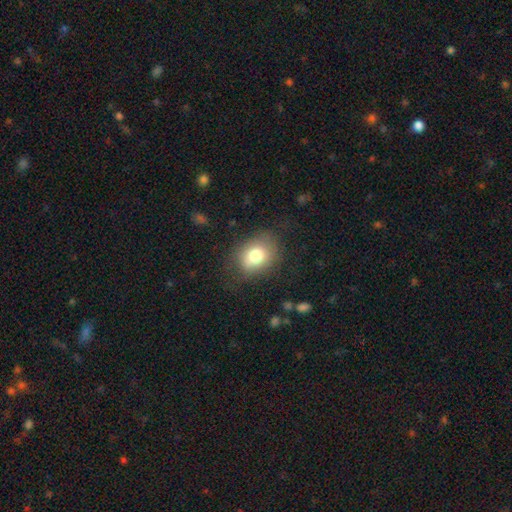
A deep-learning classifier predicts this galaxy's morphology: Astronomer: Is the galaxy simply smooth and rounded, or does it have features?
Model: smooth — 76%.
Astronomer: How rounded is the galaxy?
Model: in between — 52% (runner-up: round, 47%).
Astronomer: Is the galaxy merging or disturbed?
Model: none — 73%.